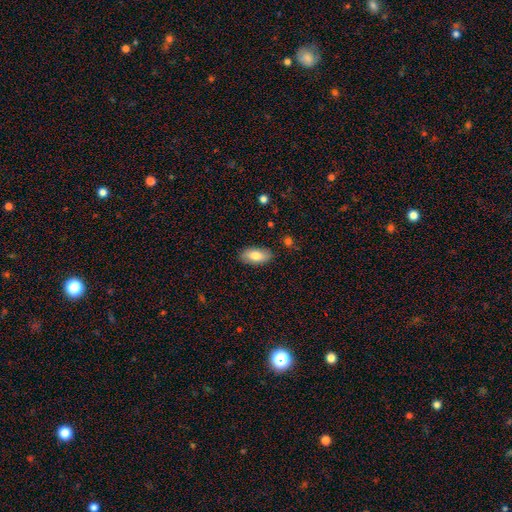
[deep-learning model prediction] A smooth galaxy with no disk features (76%) that is in between round and cigar-shaped (91%). Merging: none (87%).